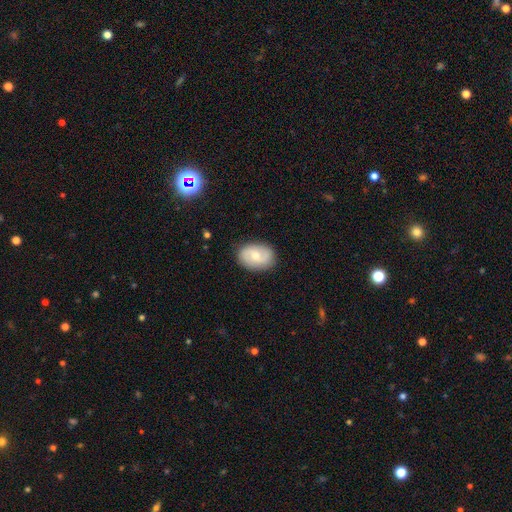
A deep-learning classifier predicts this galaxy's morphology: A featured or disk galaxy (52%) with no bar (46%), spiral arms (82%) and a moderate central bulge (59%). Merging: none (86%).